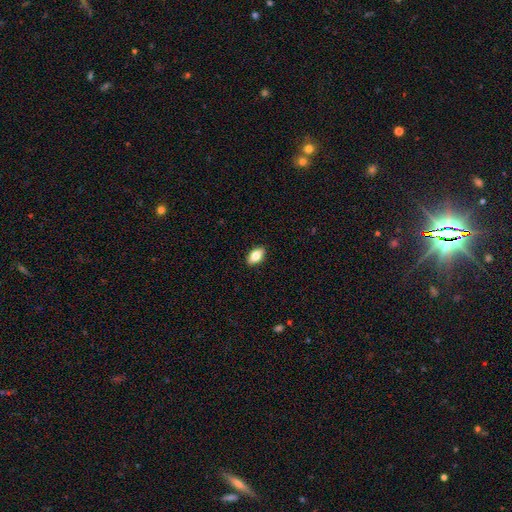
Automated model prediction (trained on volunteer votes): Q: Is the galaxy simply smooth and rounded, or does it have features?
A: smooth — 81%.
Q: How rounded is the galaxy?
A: in between — 91%.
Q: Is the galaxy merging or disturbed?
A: none — 90%.